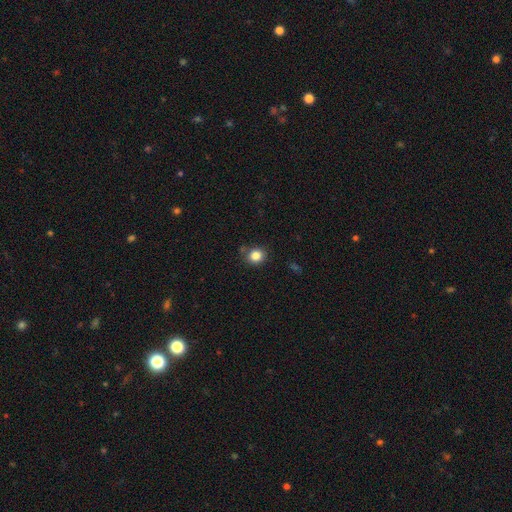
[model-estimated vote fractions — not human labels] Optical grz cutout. It shows a smooth galaxy with no disk features (83%) that is round (79%). Merging: none (80%).